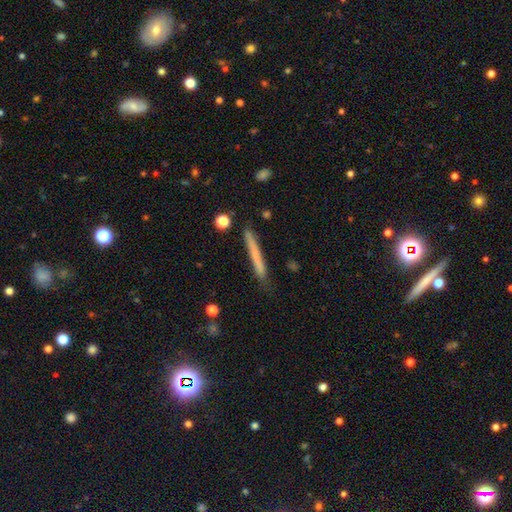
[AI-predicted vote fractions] Smooth or featured? smooth (63%)
How rounded? cigar-shaped (97%)
Merging? none (82%)